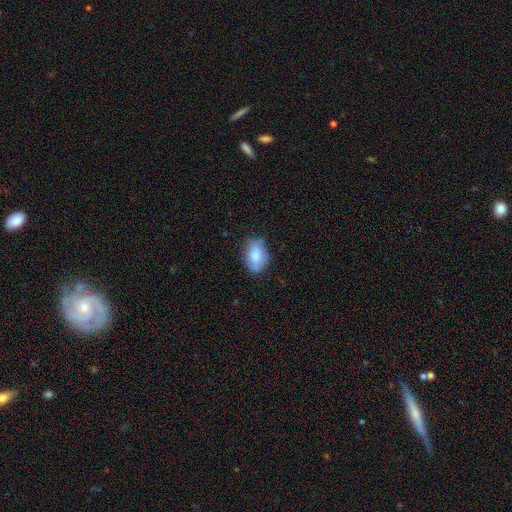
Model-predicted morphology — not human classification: Smooth or featured: smooth — 76% (featured or disk — 16%)
How rounded: in between — 85% (round — 13%)
Merging: none — 73% (minor disturbance — 21%)